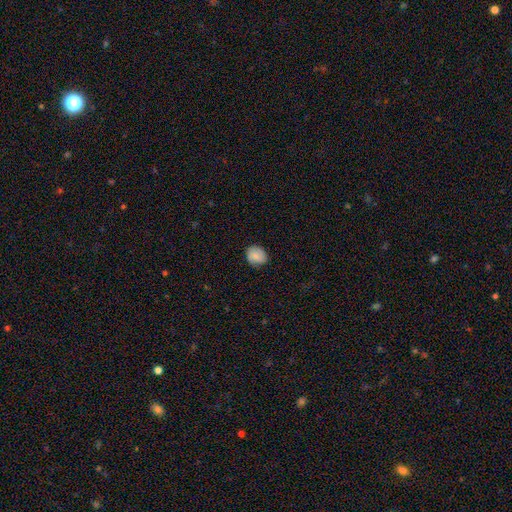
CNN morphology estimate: A smooth galaxy with no disk features (74%) that is round (65%). Merging: none (78%).